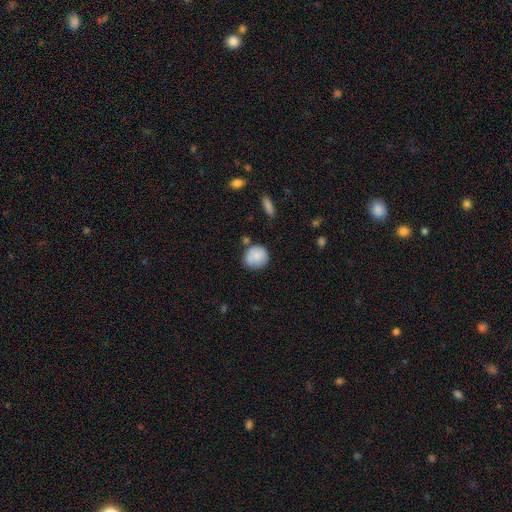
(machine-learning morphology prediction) The model was most divided on "merging": none: 67%, minor disturbance: 21%, merger: 7%, major disturbance: 5%. More confident: how rounded — round (86%); smooth or featured — smooth (83%).